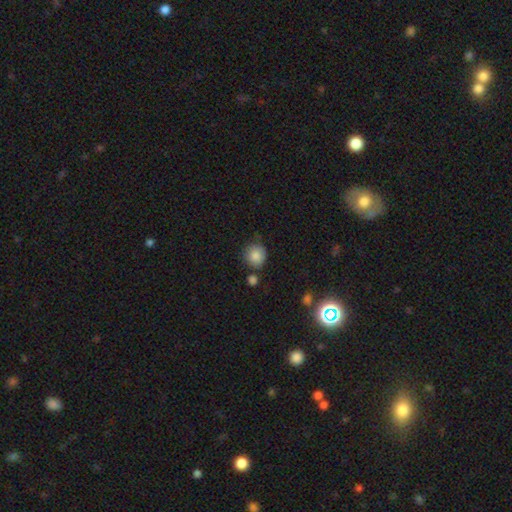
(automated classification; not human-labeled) This appears to be a smooth galaxy with no disk features (85%) that is round (89%). Merging: none (73%).